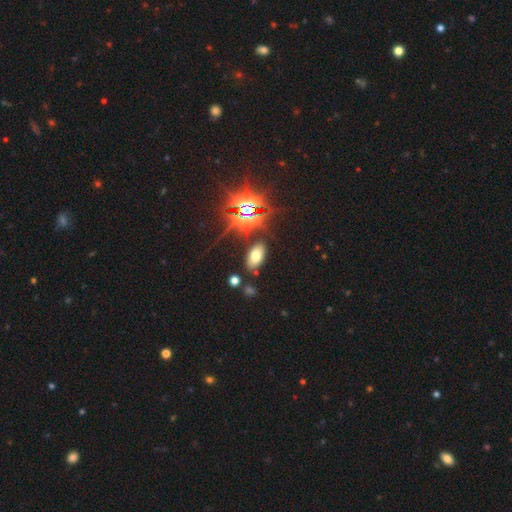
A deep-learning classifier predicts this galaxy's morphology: Smooth or featured?
  - smooth: 59% *
  - star or artifact: 29%
  - featured or disk: 12%
How rounded?
  - in between: 93% *
  - round: 5%
  - cigar-shaped: 3%
Merging?
  - none: 84% *
  - minor disturbance: 9%
  - merger: 3%
  - major disturbance: 3%